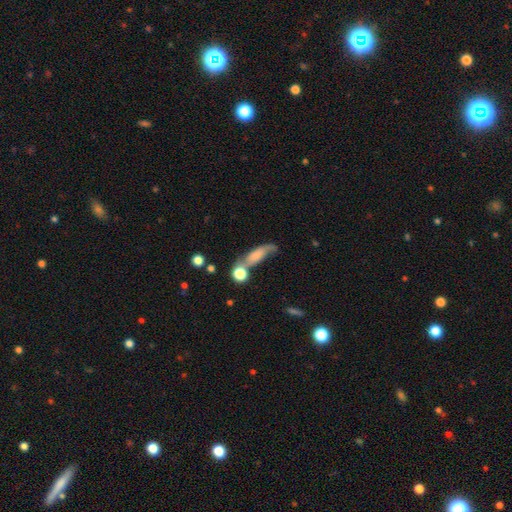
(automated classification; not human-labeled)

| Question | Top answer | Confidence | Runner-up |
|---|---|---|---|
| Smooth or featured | smooth | 56% | featured or disk (33%) |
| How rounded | in between | 48% | cigar-shaped (41%) |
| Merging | none | 35% | merger (25%) |